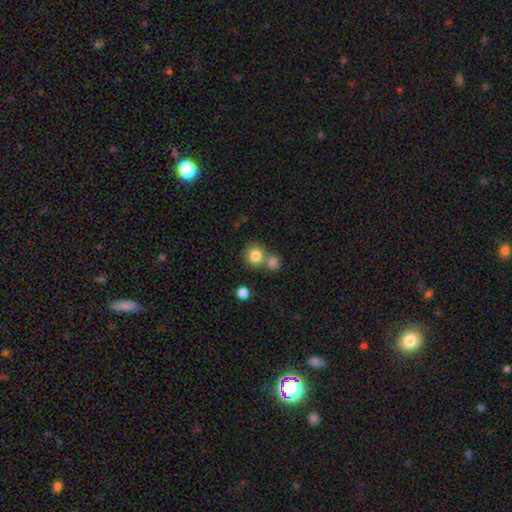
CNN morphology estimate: The model was most divided on "merging": none: 53%, merger: 36%, minor disturbance: 8%, major disturbance: 3%. More confident: how rounded — round (88%); smooth or featured — smooth (82%).